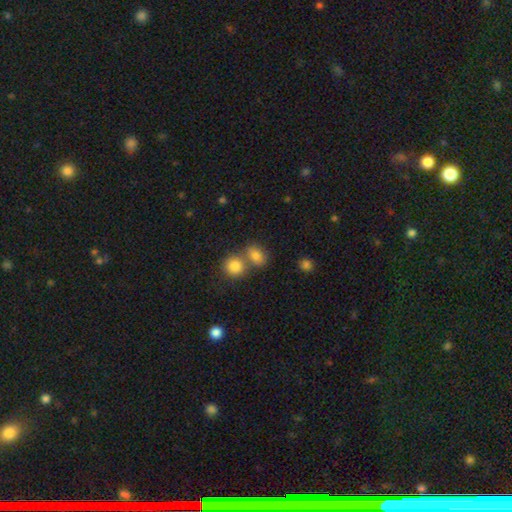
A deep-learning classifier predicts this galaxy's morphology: Smooth or featured?
  - smooth: 80% *
  - star or artifact: 11%
  - featured or disk: 9%
How rounded?
  - in between: 55% *
  - round: 43%
  - cigar-shaped: 2%
Merging?
  - none: 46% *
  - merger: 40%
  - minor disturbance: 10%
  - major disturbance: 3%